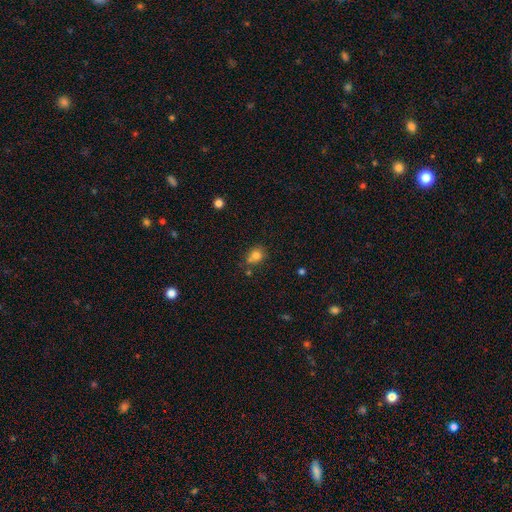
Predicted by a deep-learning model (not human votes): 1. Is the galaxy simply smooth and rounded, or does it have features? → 78% smooth, 13% star or artifact, 10% featured or disk.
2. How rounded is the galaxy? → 74% round, 25% in between, 1% cigar-shaped.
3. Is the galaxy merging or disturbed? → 58% none, 22% merger, 16% minor disturbance, 4% major disturbance.